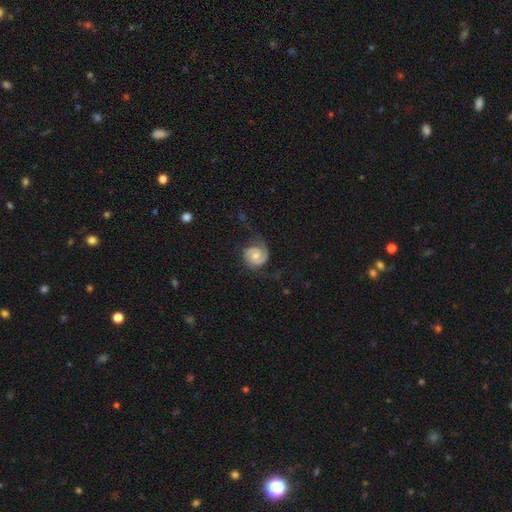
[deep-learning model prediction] Morphology: type=featured or disk (77%); edge-on=no (98%); bar=no (69%); spiral arms=yes (95%); winding=tight (47%); arm count=2 (76%); bulge=moderate (52%); merging=none (62%).